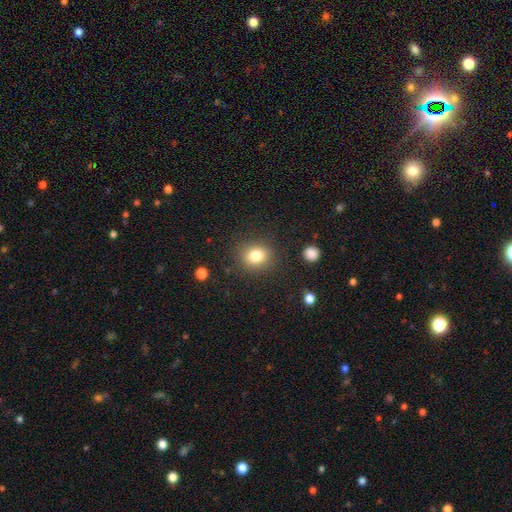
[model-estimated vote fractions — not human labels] Smooth or featured: smooth — 80% (star or artifact — 12%)
How rounded: round — 74% (in between — 25%)
Merging: none — 86% (minor disturbance — 9%)